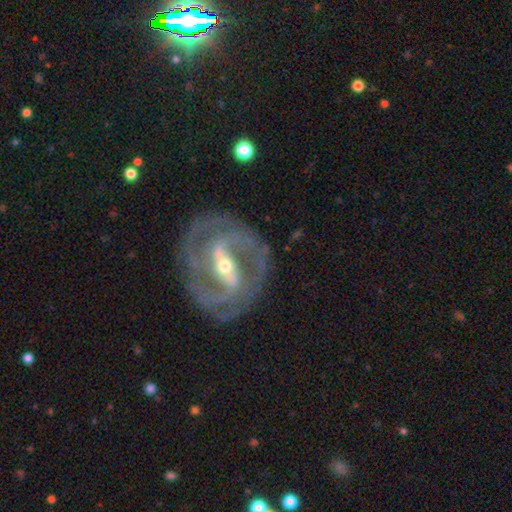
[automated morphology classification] A featured or disk galaxy (88%) with a strong bar (67%), 2 (64%) tight (59%) spiral arms (95%) and a small central bulge (51%).

Vote fractions:
- Smooth or featured? featured or disk: 88% / star or artifact: 7% / smooth: 5%
- Edge-on disk? no: 95% / yes: 5%
- Bar? strong: 67% / weak: 25% / no: 8%
- Spiral arms? yes: 95% / no: 5%
- Spiral winding? tight: 59% / medium: 34% / loose: 7%
- Spiral arm count? 2: 64% / 3: 13% / can't tell: 11% / 4: 5% / 1: 3% / more than 4: 3%
- Bulge size? small: 51% / moderate: 45% / large: 2% / none: 1% / dominant: 1%
- Merging? none: 79% / minor disturbance: 13% / major disturbance: 7% / merger: 2%